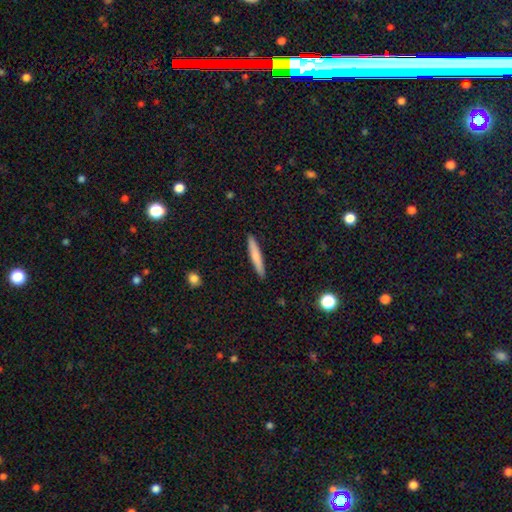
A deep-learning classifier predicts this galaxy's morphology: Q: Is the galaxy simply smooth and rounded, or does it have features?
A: smooth — 70%.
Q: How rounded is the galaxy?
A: cigar-shaped — 94%.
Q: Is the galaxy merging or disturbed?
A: none — 91%.